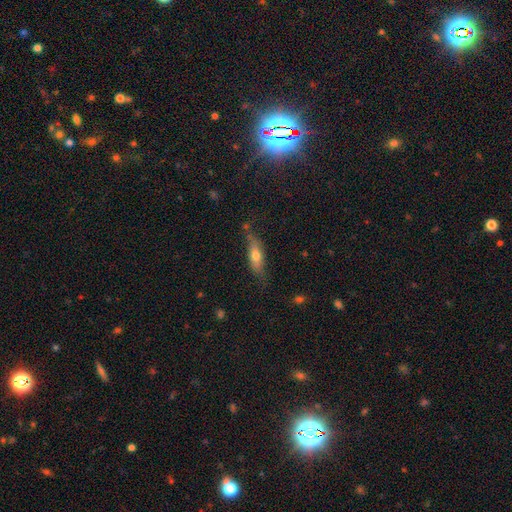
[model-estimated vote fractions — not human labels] A smooth galaxy with no disk features (57%) that is in between round and cigar-shaped (50%). Merging: none (67%).